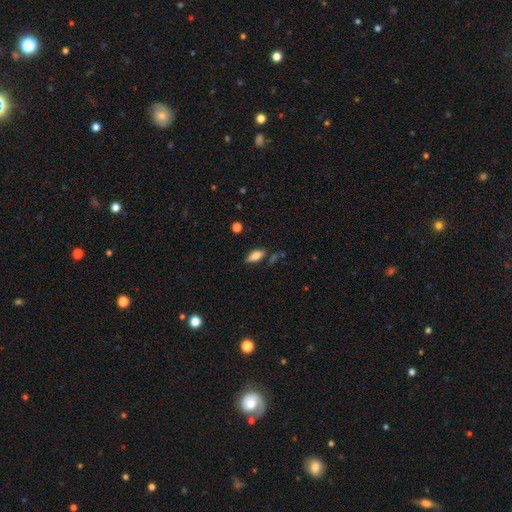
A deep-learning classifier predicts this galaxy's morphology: Smooth or featured?
  - smooth: 75% *
  - featured or disk: 17%
  - star or artifact: 8%
How rounded?
  - in between: 80% *
  - cigar-shaped: 17%
  - round: 3%
Merging?
  - none: 76% *
  - minor disturbance: 16%
  - merger: 4%
  - major disturbance: 4%